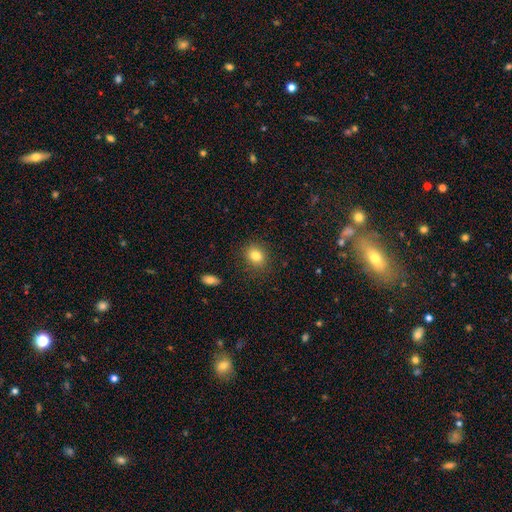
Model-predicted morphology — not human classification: This appears to be a smooth galaxy with no disk features (82%) that is round (60%). Merging: none (86%).